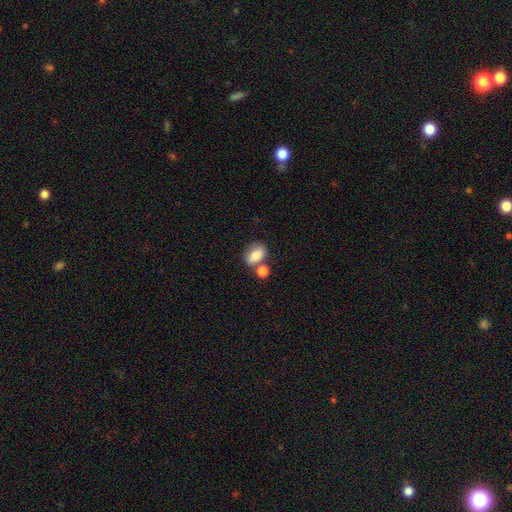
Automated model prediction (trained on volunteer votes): This appears to be a smooth galaxy with no disk features (75%) that is in between round and cigar-shaped (74%). Merging: none (52%).